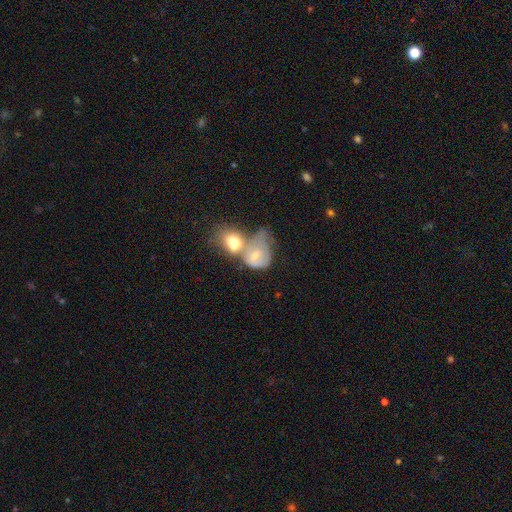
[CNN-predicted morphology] smooth_or_featured: smooth (p=0.62) [alt: featured or disk p=0.29]
how_rounded: in between (p=0.56) [alt: round p=0.43]
merging: merger (p=0.63) [alt: none p=0.14]